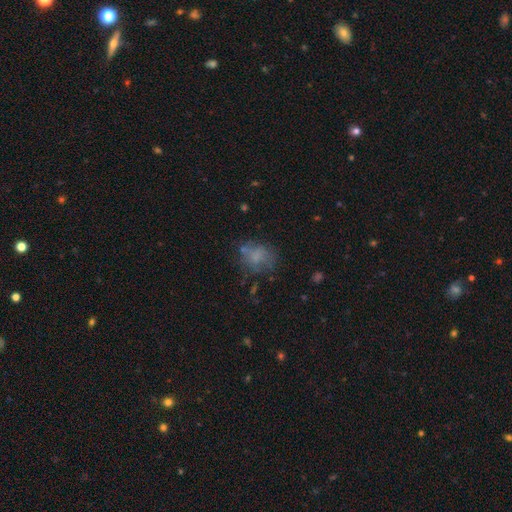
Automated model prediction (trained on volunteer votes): smooth-or-featured: smooth: 61% | featured or disk: 25% | star or artifact: 15%
  how-rounded: round: 54% | in between: 44% | cigar-shaped: 1%
  merging: none: 54% | minor disturbance: 22% | major disturbance: 18% | merger: 7%